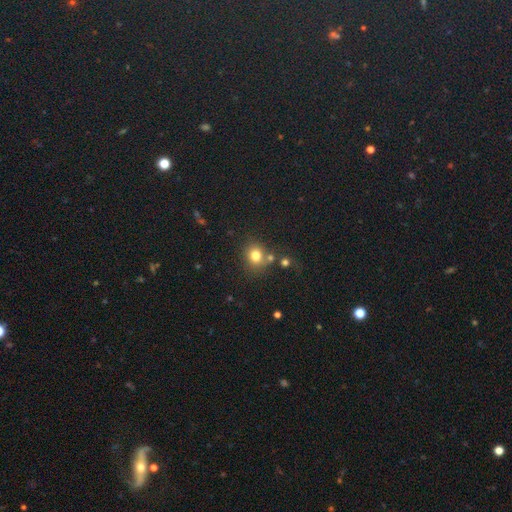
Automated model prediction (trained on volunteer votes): The model was most divided on "merging": none: 66%, merger: 17%, minor disturbance: 11%, major disturbance: 5%. More confident: how rounded — round (81%); smooth or featured — smooth (78%).